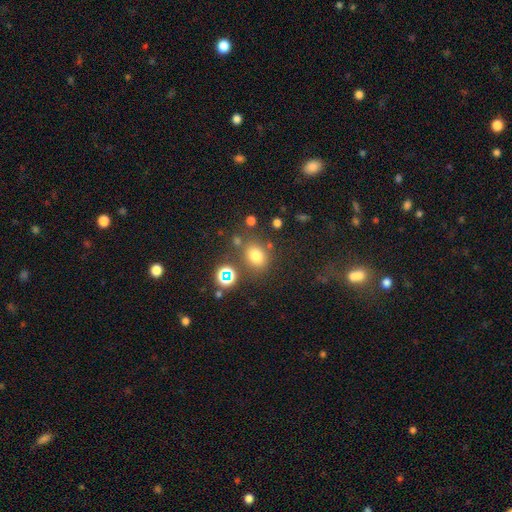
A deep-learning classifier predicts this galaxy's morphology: smooth 72%, star or artifact 19%, featured or disk 9%. Down the decision tree: how rounded — in between (50%); merging — none (73%).